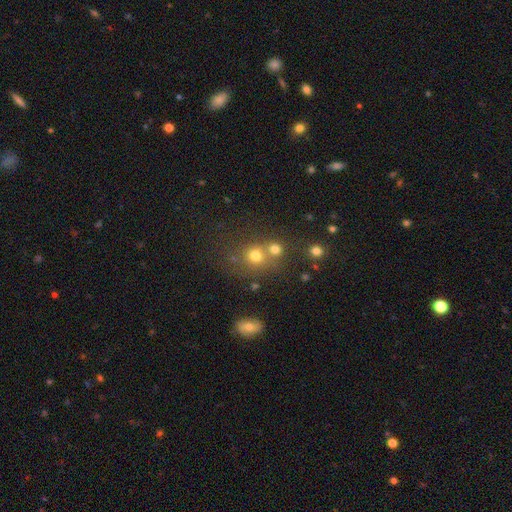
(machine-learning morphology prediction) Smooth or featured? smooth (71%)
How rounded? round (81%)
Merging? none (51%)